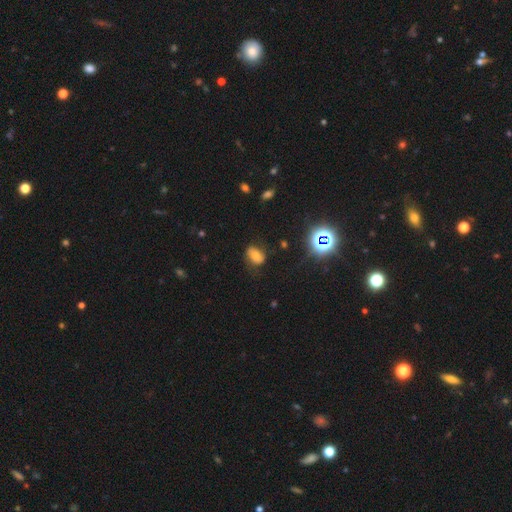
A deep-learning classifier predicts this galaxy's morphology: Smooth or featured? smooth (56%)
How rounded? in between (78%)
Merging? none (64%)